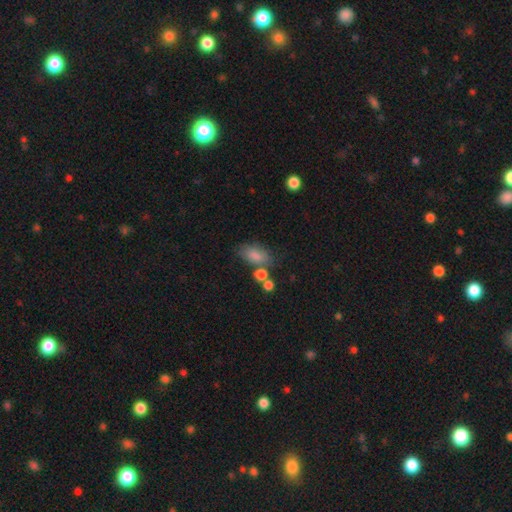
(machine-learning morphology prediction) Smooth or featured?
  - smooth: 81% *
  - featured or disk: 10%
  - star or artifact: 9%
How rounded?
  - in between: 88% *
  - round: 8%
  - cigar-shaped: 3%
Merging?
  - none: 56% *
  - minor disturbance: 19%
  - merger: 17%
  - major disturbance: 8%